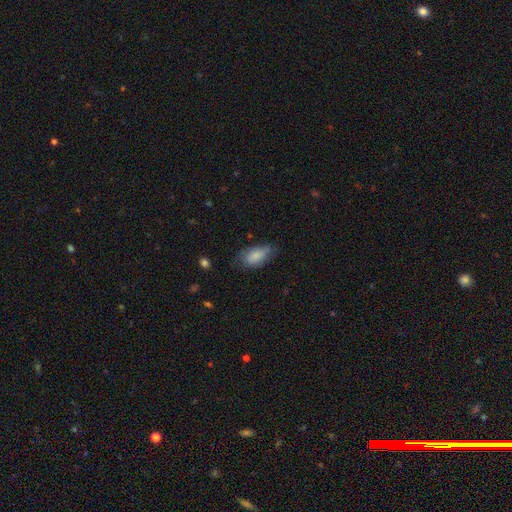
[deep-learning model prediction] Smooth or featured: smooth — 81% (featured or disk — 13%)
How rounded: in between — 90% (cigar-shaped — 7%)
Merging: none — 58% (minor disturbance — 32%)